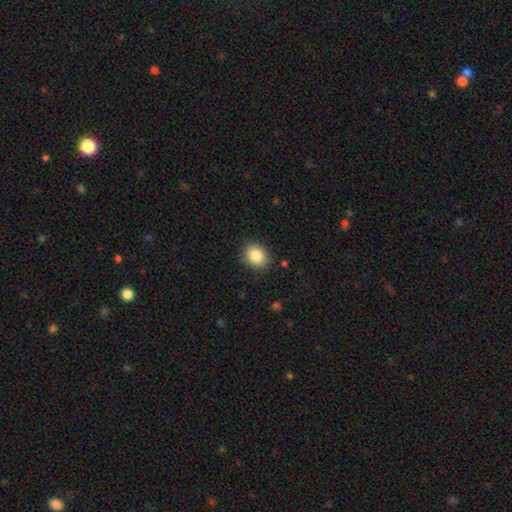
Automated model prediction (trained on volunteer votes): smooth 86%, star or artifact 9%, featured or disk 5%. Down the decision tree: how rounded — round (62%); merging — none (88%).